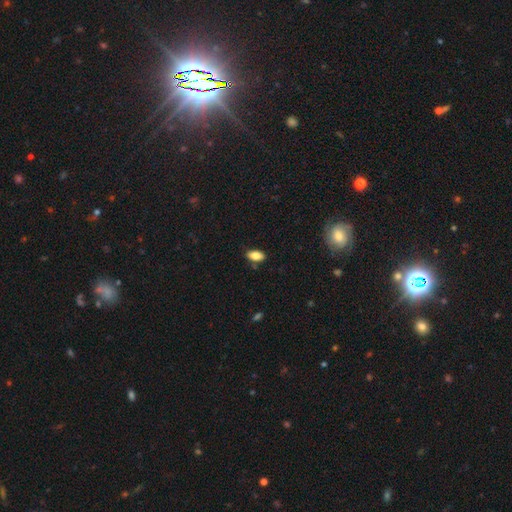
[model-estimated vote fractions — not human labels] Morphology: type=smooth (83%); roundness=in between (91%); merging=none (83%).